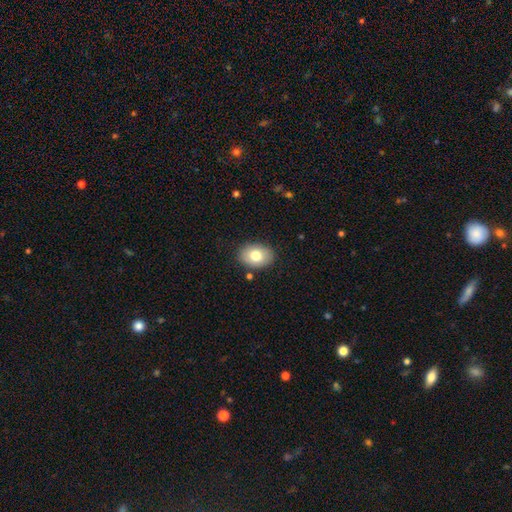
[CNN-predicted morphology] Smooth or featured: smooth — 79% (featured or disk — 14%)
How rounded: in between — 76% (round — 23%)
Merging: none — 86% (minor disturbance — 10%)